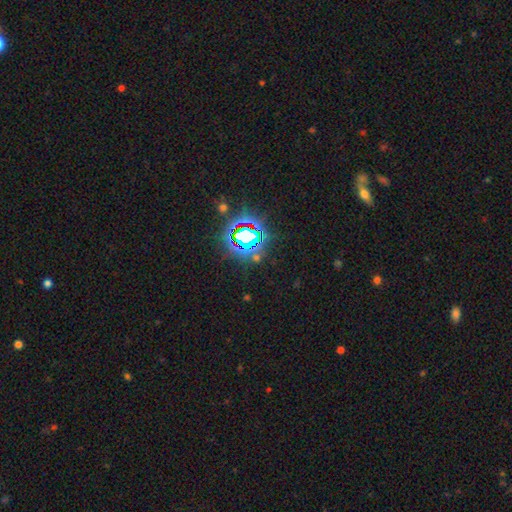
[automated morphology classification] A star or artifact, not a galaxy (78%).

Vote fractions:
- Smooth or featured? star or artifact: 78% / smooth: 13% / featured or disk: 9%